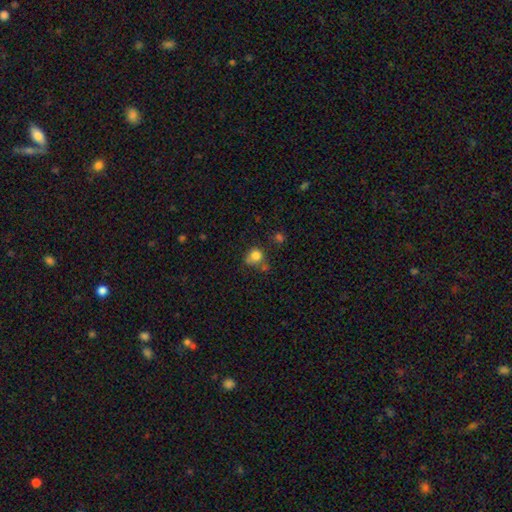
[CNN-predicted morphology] Q: Smooth or featured?
A: smooth (80%); runner-up: star or artifact (12%)
Q: How rounded?
A: round (77%); runner-up: in between (22%)
Q: Merging?
A: none (49%); runner-up: minor disturbance (22%)